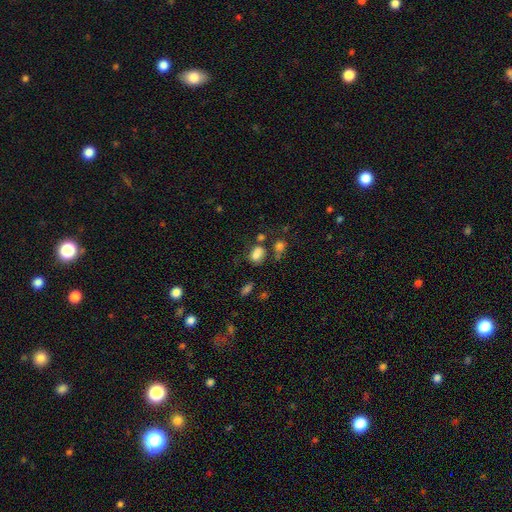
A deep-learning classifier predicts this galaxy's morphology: smooth_or_featured: smooth (p=0.76) [alt: star or artifact p=0.14]
how_rounded: in between (p=0.74) [alt: round p=0.25]
merging: none (p=0.48) [alt: minor disturbance p=0.21]